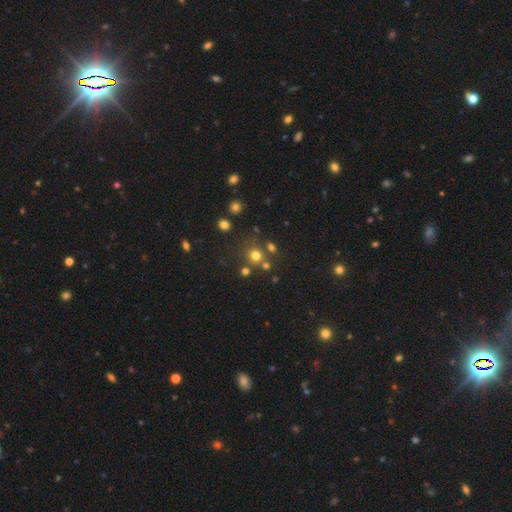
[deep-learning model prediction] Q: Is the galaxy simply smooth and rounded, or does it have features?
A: smooth — 70%.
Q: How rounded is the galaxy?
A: round — 88%.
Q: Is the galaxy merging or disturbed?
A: none — 71%.